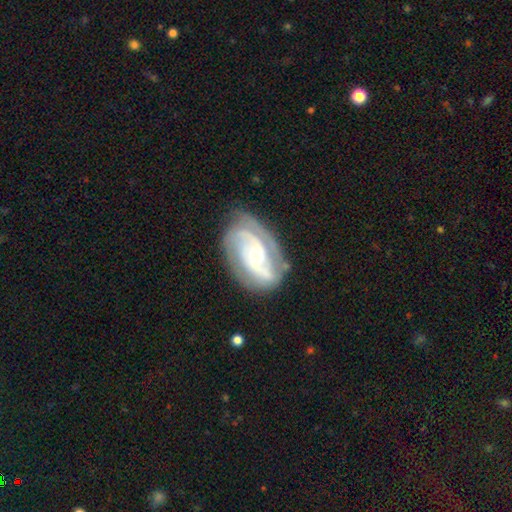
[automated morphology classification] type=featured or disk (86%); edge-on=no (96%); bar=no (48%); spiral arms=yes (95%); winding=tight (52%); arm count=2 (56%); bulge=moderate (52%); merging=none (71%).